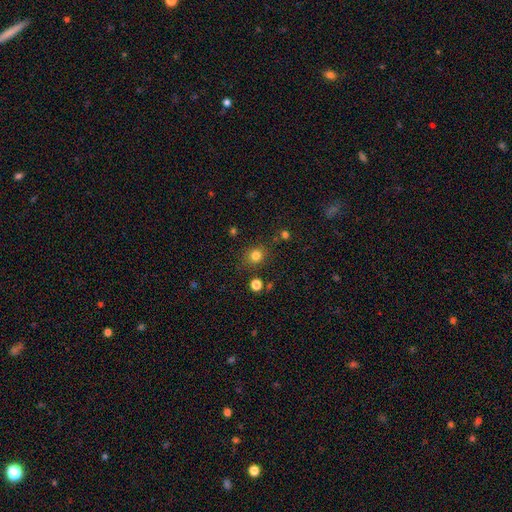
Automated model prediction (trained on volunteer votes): smooth-or-featured: smooth: 80% | star or artifact: 14% | featured or disk: 5%
  how-rounded: round: 78% | in between: 21% | cigar-shaped: 1%
  merging: none: 82% | minor disturbance: 10% | merger: 4% | major disturbance: 3%